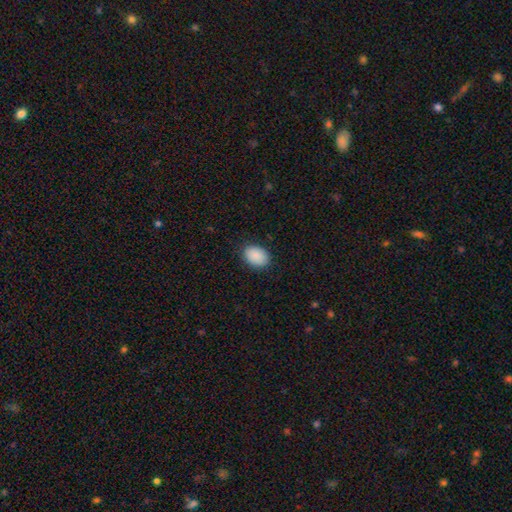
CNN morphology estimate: smooth 90%, star or artifact 7%, featured or disk 3%. Down the decision tree: how rounded — in between (77%); merging — none (87%).